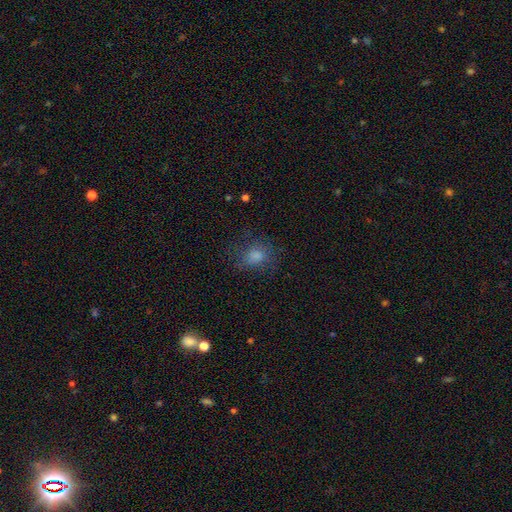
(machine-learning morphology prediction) Smooth or featured? smooth (68%)
How rounded? round (58%)
Merging? none (69%)